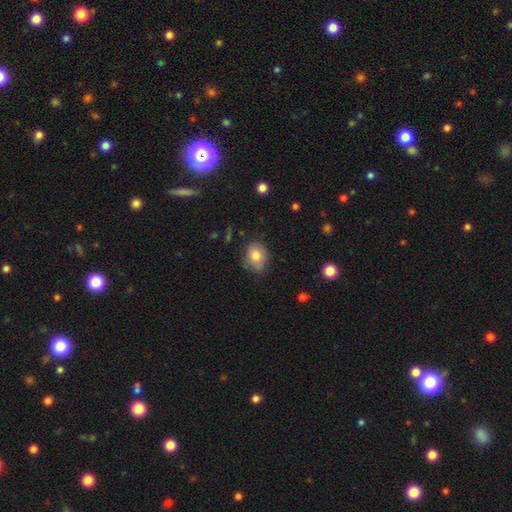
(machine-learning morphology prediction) Smooth or featured? Predicted: smooth (p=0.77). How rounded? Predicted: in between (p=0.50). Merging? Predicted: none (p=0.72).